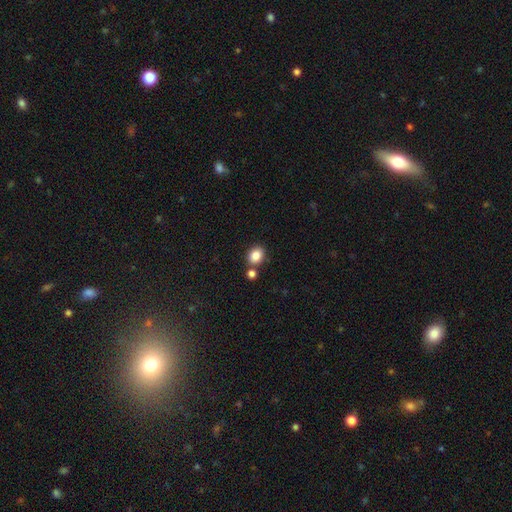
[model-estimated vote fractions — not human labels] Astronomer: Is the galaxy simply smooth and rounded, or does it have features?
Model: smooth — 85%.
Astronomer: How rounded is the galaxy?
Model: round — 50% (runner-up: in between, 49%).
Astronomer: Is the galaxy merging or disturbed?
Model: none — 71%.